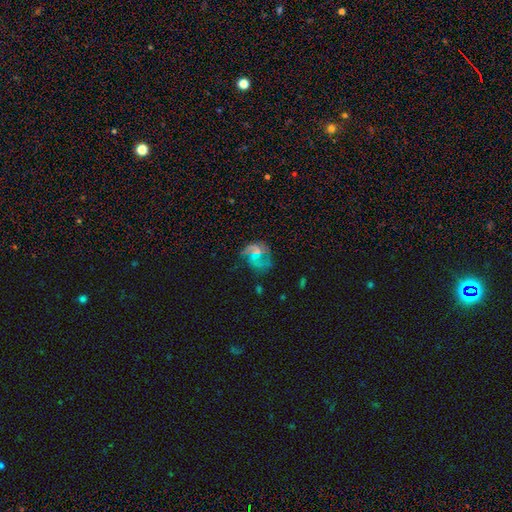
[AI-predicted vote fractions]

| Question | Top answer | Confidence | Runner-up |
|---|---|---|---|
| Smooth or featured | featured or disk | 56% | smooth (31%) |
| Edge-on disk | no | 98% | yes (2%) |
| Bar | no | 58% | weak (34%) |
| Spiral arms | yes | 72% | no (28%) |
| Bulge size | small | 51% | moderate (30%) |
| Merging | none | 43% | major disturbance (29%) |